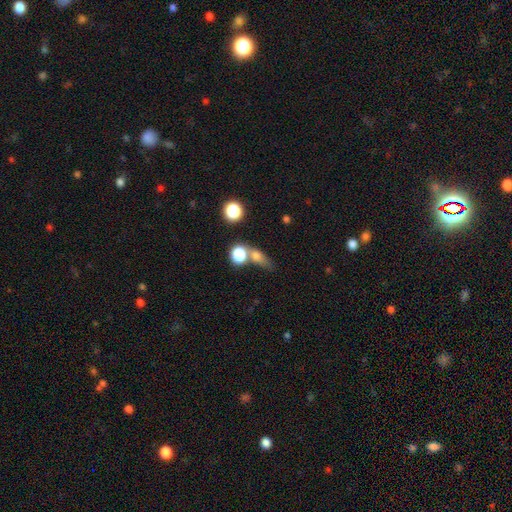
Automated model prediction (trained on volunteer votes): Overall: smooth (68%). How rounded: in between (45%; round 39%). Merging: none (46%; merger 32%).